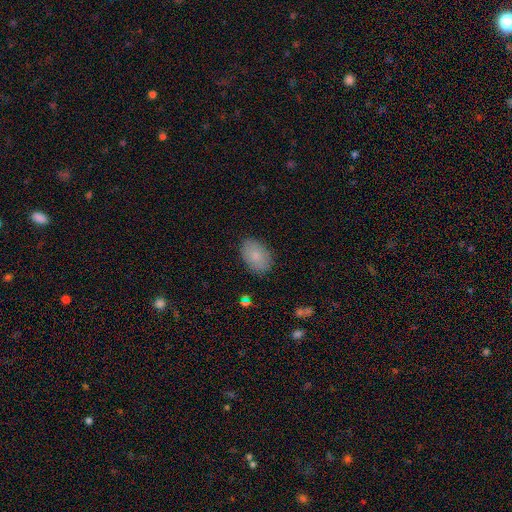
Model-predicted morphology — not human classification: A smooth galaxy with no disk features (83%) that is in between round and cigar-shaped (87%). Merging: none (84%).